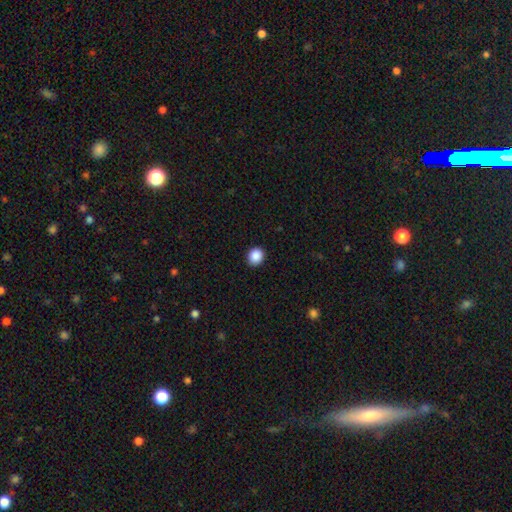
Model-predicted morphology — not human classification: Smooth or featured? Predicted: smooth (p=0.89). How rounded? Predicted: round (p=0.78). Merging? Predicted: none (p=0.92).